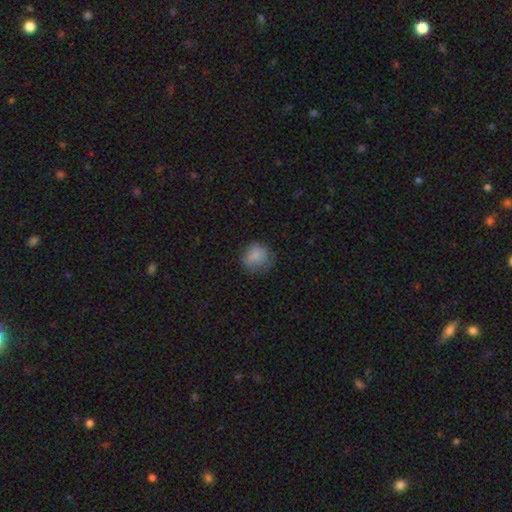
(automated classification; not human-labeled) Smooth or featured? smooth (79%)
How rounded? round (79%)
Merging? none (66%)